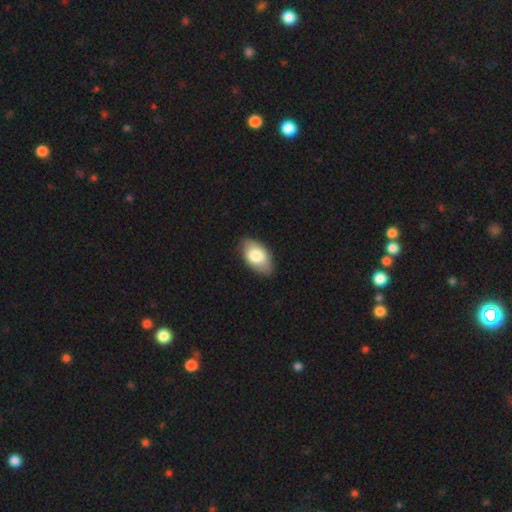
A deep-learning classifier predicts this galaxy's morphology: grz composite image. It shows a smooth galaxy with no disk features (81%) that is in between round and cigar-shaped (94%). Merging: none (80%).